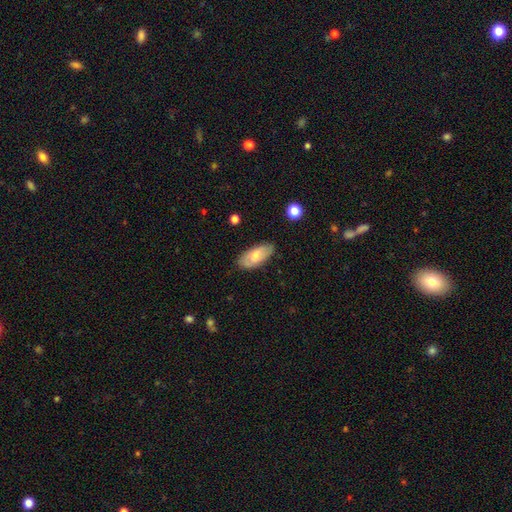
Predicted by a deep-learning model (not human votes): A smooth galaxy with no disk features (66%) that is in between round and cigar-shaped (89%). Merging: none (80%).